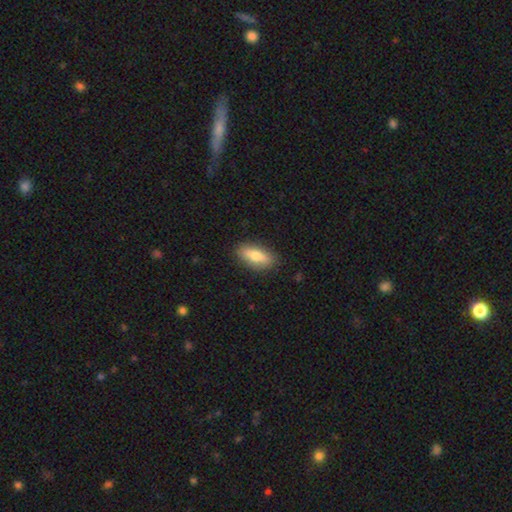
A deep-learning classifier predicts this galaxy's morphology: The model was most divided on "smooth or featured": smooth: 72%, featured or disk: 22%, star or artifact: 6%. More confident: merging — none (86%); how rounded — in between (79%).